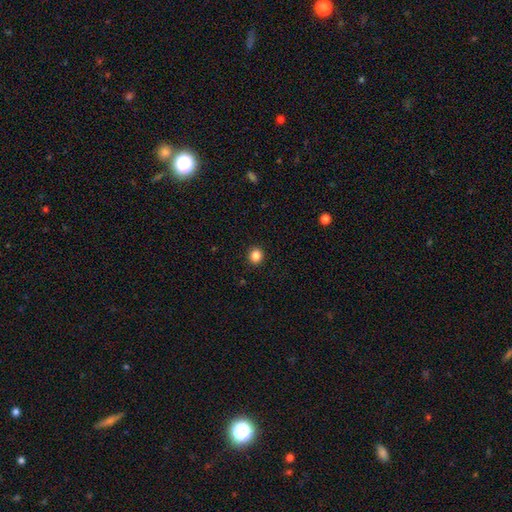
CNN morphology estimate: The model was most divided on "how rounded": round: 86%, in between: 14%, cigar-shaped: 1%. More confident: merging — none (92%); smooth or featured — smooth (85%).